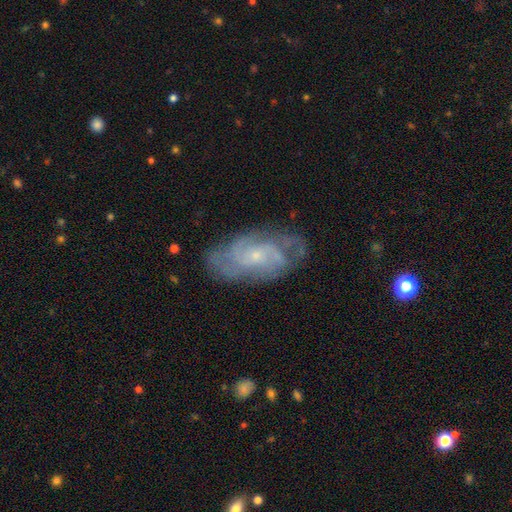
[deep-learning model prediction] smooth-or-featured: featured or disk: 81% | smooth: 13% | star or artifact: 6%
  disk-edge-on: no: 95% | yes: 5%
    bar: no: 68% | weak: 28% | strong: 4%
    has-spiral-arms: yes: 93% | no: 7%
      spiral-winding: tight: 49% | medium: 40% | loose: 11%
      spiral-arm-count: can't tell: 34% | 2: 28% | 3: 18% | 4: 10% | more than 4: 5% | 1: 5%
    bulge-size: small: 75% | moderate: 20% | none: 4% | large: 1% | dominant: 1%
  merging: none: 72% | minor disturbance: 20% | major disturbance: 7% | merger: 1%